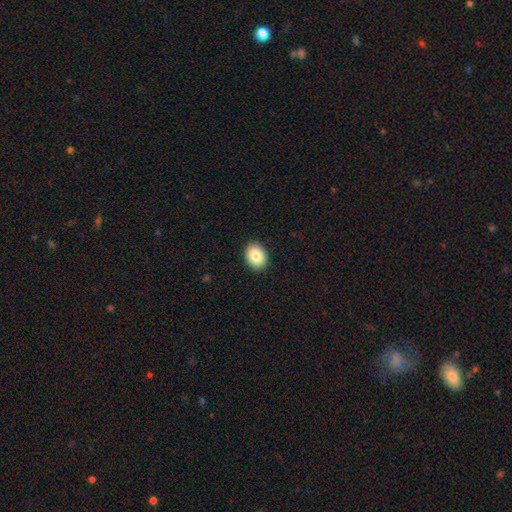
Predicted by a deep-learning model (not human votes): Smooth or featured?
  - smooth: 85% *
  - star or artifact: 8%
  - featured or disk: 7%
How rounded?
  - in between: 59% *
  - round: 40%
  - cigar-shaped: 1%
Merging?
  - none: 91% *
  - minor disturbance: 7%
  - major disturbance: 2%
  - merger: 1%